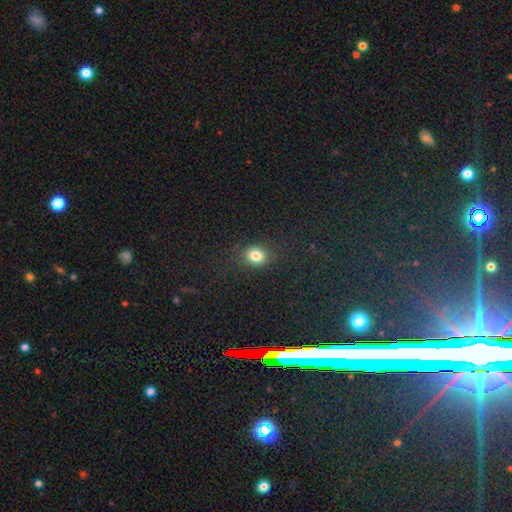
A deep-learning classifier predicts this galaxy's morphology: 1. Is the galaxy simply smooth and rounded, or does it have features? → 81% smooth, 12% star or artifact, 6% featured or disk.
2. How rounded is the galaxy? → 53% in between, 46% round, 1% cigar-shaped.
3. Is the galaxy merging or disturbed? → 83% none, 11% minor disturbance, 5% major disturbance, 1% merger.